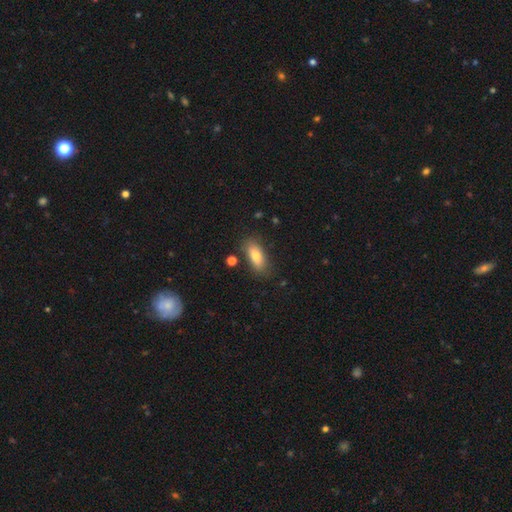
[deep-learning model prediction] smooth 76%, featured or disk 17%, star or artifact 8%. Down the decision tree: how rounded — in between (77%); merging — none (78%).